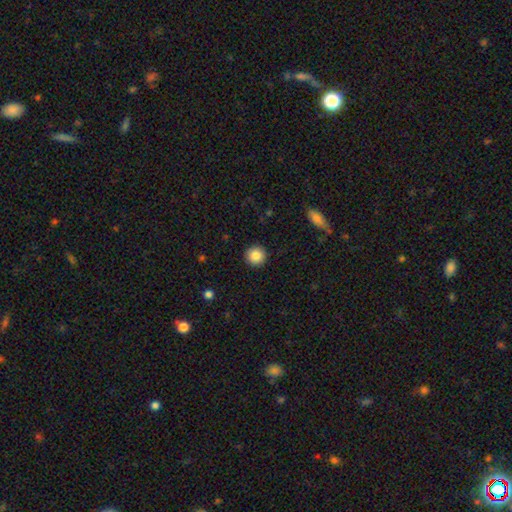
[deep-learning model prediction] smooth_or_featured: smooth (p=0.86) [alt: star or artifact p=0.09]
how_rounded: round (p=0.95) [alt: in between p=0.04]
merging: none (p=0.93) [alt: minor disturbance p=0.05]